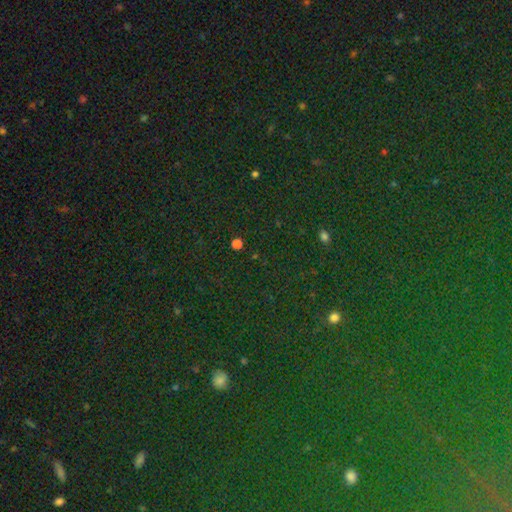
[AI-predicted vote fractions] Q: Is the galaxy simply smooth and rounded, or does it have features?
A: star or artifact — 83%.